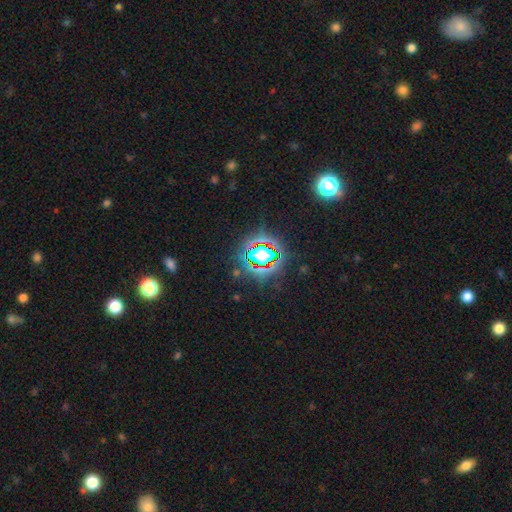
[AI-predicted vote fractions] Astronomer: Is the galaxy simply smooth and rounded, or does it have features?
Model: star or artifact — 82%.